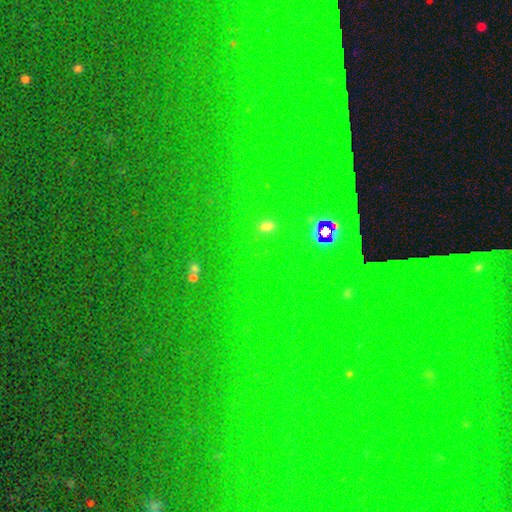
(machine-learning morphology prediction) Smooth or featured: star or artifact — 77% (smooth — 14%)